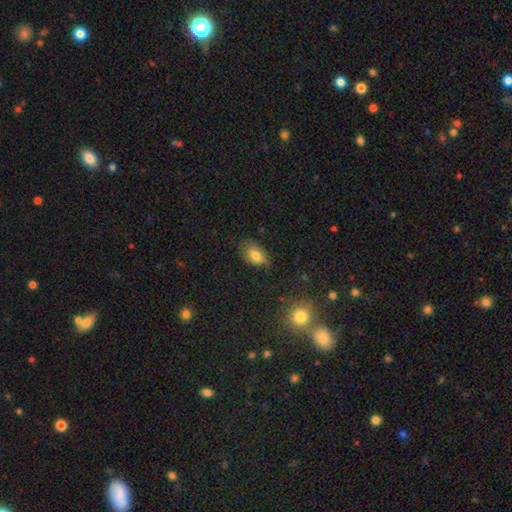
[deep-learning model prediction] Smooth or featured?
  - smooth: 74% *
  - featured or disk: 16%
  - star or artifact: 10%
How rounded?
  - in between: 88% *
  - round: 10%
  - cigar-shaped: 2%
Merging?
  - none: 68% *
  - minor disturbance: 25%
  - major disturbance: 6%
  - merger: 2%